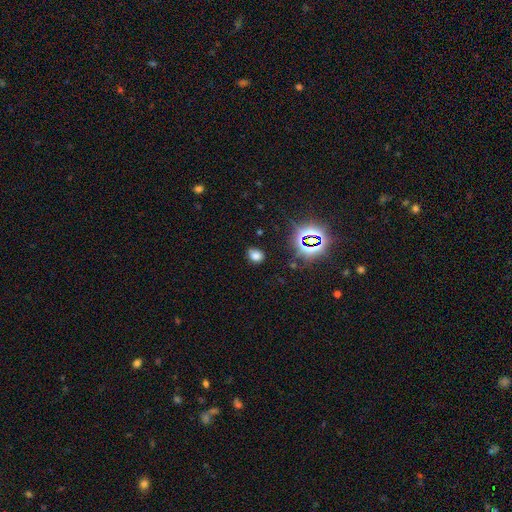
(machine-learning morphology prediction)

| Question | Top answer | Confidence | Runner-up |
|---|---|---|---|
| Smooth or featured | smooth | 67% | star or artifact (26%) |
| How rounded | in between | 58% | round (40%) |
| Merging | none | 77% | minor disturbance (16%) |